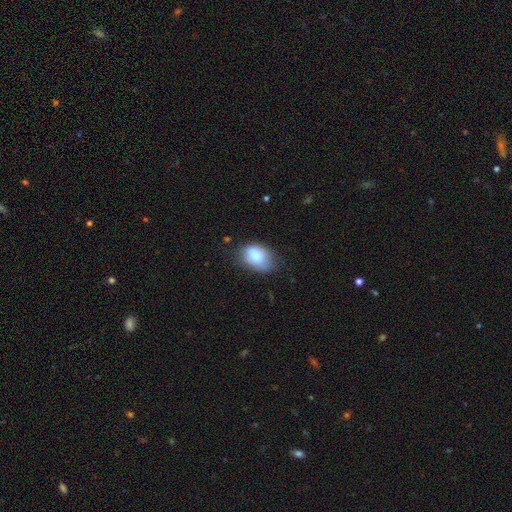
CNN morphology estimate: The model was most divided on "merging": none: 56%, minor disturbance: 32%, major disturbance: 9%, merger: 3%. More confident: smooth or featured — smooth (83%); how rounded — in between (82%).